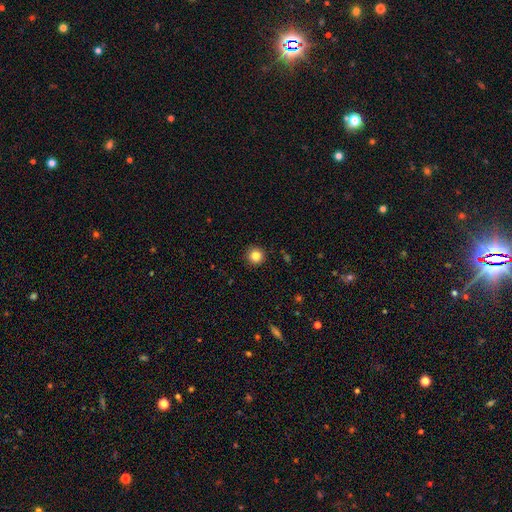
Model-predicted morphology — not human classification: type=smooth (84%); roundness=round (95%); merging=none (92%).